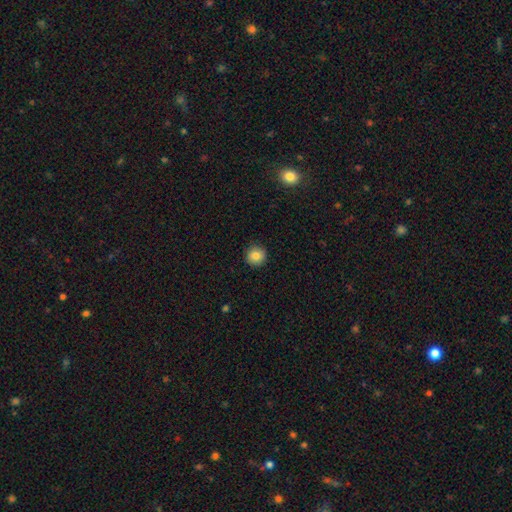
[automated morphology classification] A smooth galaxy with no disk features (83%) that is round (94%).

Vote fractions:
- Smooth or featured? smooth: 83% / star or artifact: 10% / featured or disk: 7%
- How rounded? round: 94% / in between: 5% / cigar-shaped: 1%
- Merging? none: 92% / minor disturbance: 5% / major disturbance: 2% / merger: 1%